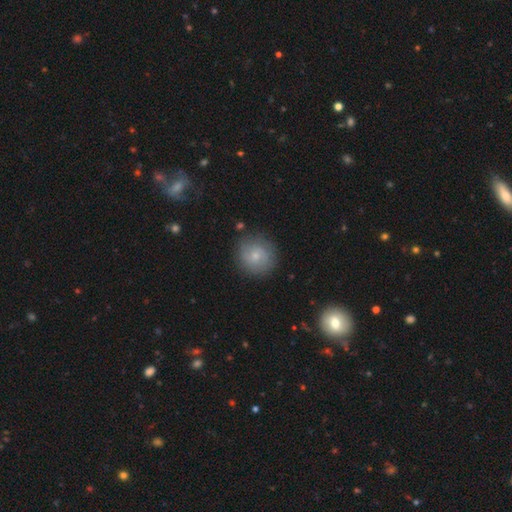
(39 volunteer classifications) Smooth or featured: smooth — 67% (featured or disk — 28%)
How rounded: round — 88% (in between — 12%)
Merging: none — 84% (minor disturbance — 8%)